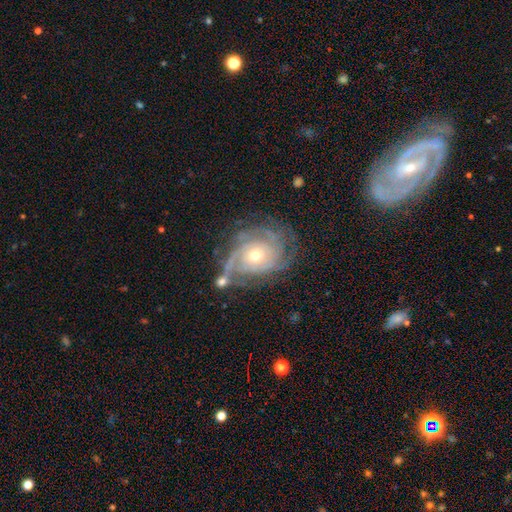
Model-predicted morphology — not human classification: Q: Smooth or featured?
A: featured or disk (85%); runner-up: smooth (8%)
Q: Edge-on disk?
A: no (97%); runner-up: yes (3%)
Q: Bar?
A: no (79%); runner-up: weak (17%)
Q: Spiral arms?
A: yes (95%); runner-up: no (5%)
Q: Spiral winding?
A: tight (66%); runner-up: medium (27%)
Q: Spiral arm count?
A: can't tell (29%); runner-up: 3 (25%)
Q: Bulge size?
A: moderate (49%); runner-up: small (47%)
Q: Merging?
A: none (60%); runner-up: minor disturbance (21%)